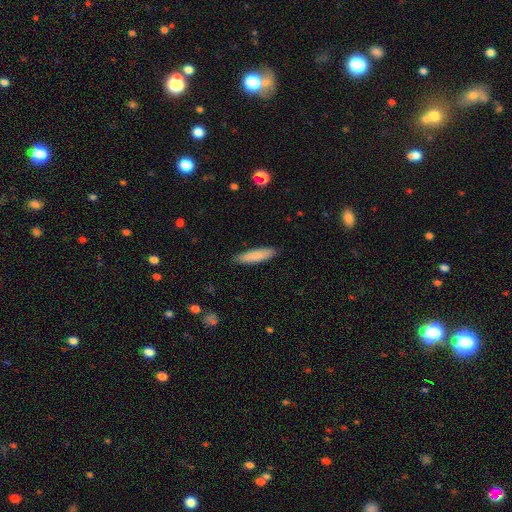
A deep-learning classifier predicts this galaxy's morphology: The model was most divided on "how rounded": cigar-shaped: 77%, in between: 21%, round: 1%. More confident: merging — none (88%); smooth or featured — smooth (83%).